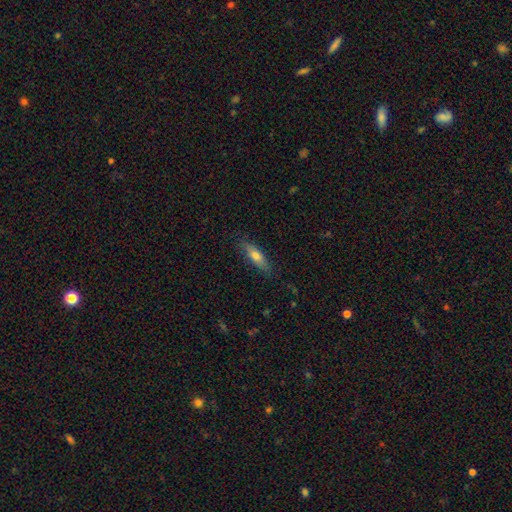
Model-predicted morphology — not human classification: This appears to be a smooth galaxy with no disk features (67%) that is cigar-shaped (56%). Merging: none (83%).